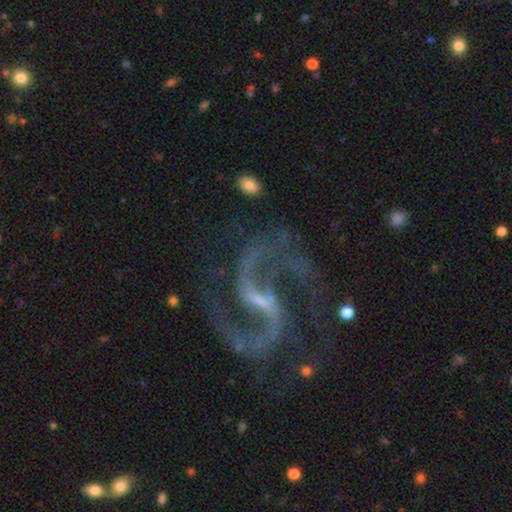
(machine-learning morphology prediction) type=featured or disk (93%); edge-on=no (98%); bar=weak (48%); spiral arms=yes (99%); winding=medium (58%); arm count=2 (94%); bulge=small (61%); merging=none (76%).